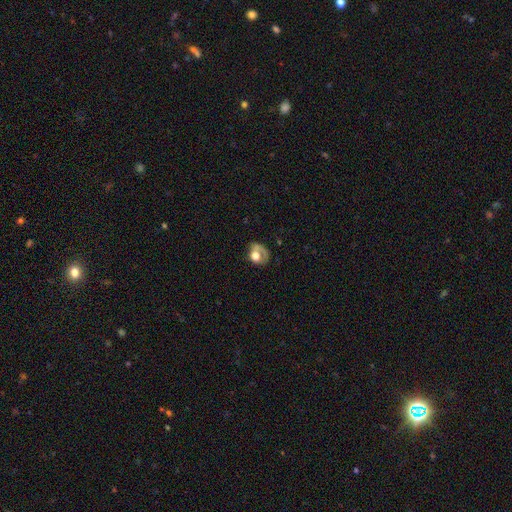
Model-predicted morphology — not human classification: A smooth galaxy with no disk features (55%) that is in between round and cigar-shaped (54%). Merging: none (34%).